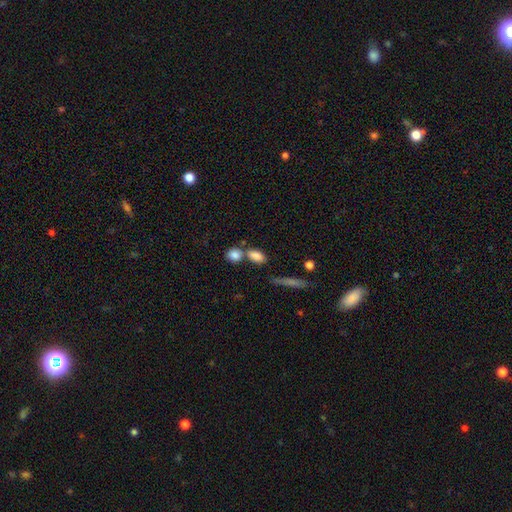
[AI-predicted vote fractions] Overall: smooth (84%). How rounded: in between (77%). Merging: none (47%; merger 39%).